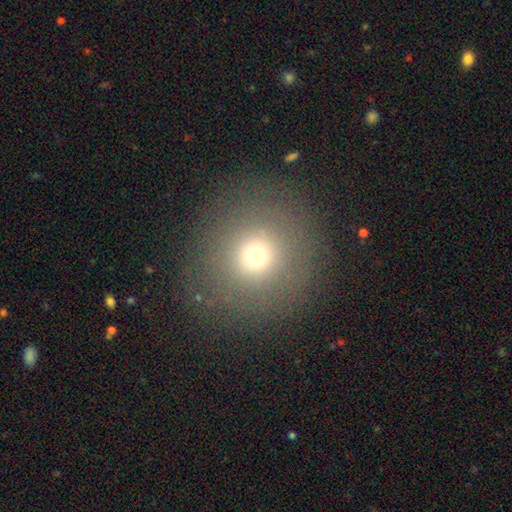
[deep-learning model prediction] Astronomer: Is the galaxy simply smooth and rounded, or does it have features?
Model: smooth — 69%.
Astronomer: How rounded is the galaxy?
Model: round — 92%.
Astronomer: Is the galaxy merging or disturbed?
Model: none — 86%.